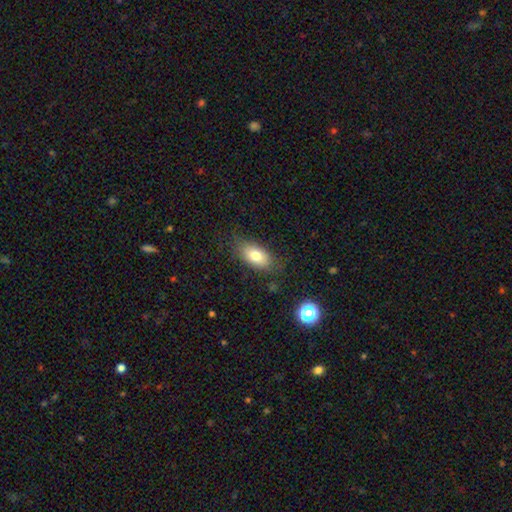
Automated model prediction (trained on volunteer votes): Smooth or featured? smooth (76%)
How rounded? in between (89%)
Merging? none (75%)